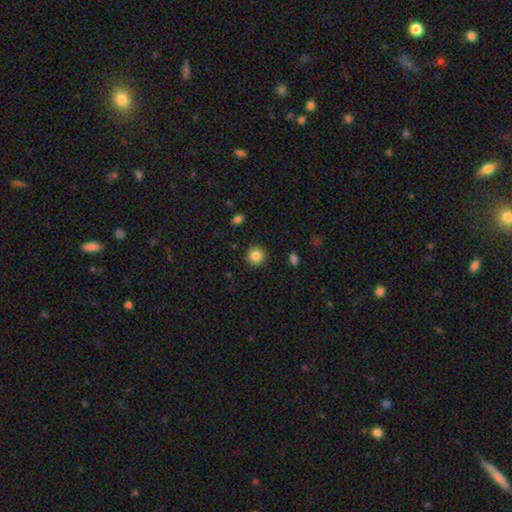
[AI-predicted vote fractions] Smooth or featured?
  - smooth: 85% *
  - star or artifact: 10%
  - featured or disk: 5%
How rounded?
  - round: 93% *
  - in between: 6%
  - cigar-shaped: 1%
Merging?
  - none: 91% *
  - minor disturbance: 6%
  - major disturbance: 2%
  - merger: 1%